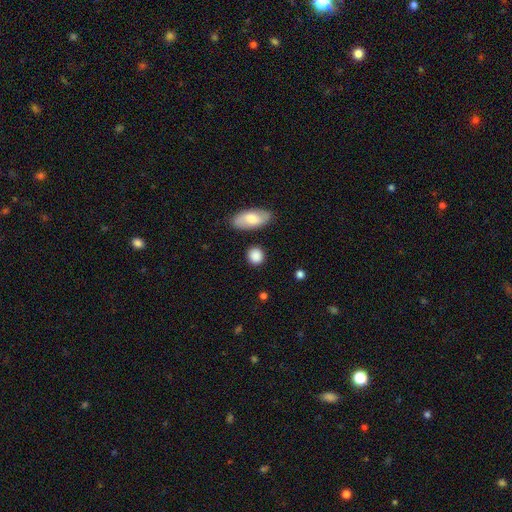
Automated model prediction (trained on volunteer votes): smooth 86%, star or artifact 7%, featured or disk 7%. Down the decision tree: how rounded — round (69%); merging — none (83%).